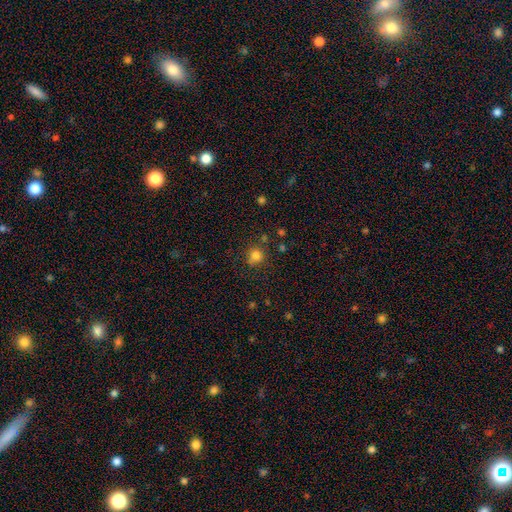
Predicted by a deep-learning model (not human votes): The model was most divided on "merging": none: 79%, minor disturbance: 13%, merger: 4%, major disturbance: 4%. More confident: how rounded — round (88%); smooth or featured — smooth (81%).